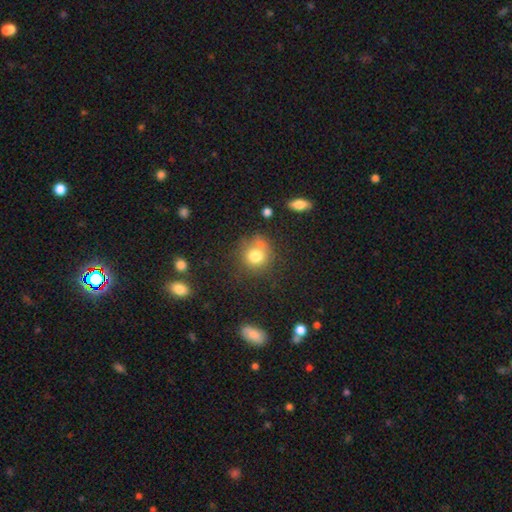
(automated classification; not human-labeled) smooth-or-featured: smooth: 78% | star or artifact: 12% | featured or disk: 10%
  how-rounded: round: 85% | in between: 14% | cigar-shaped: 1%
  merging: none: 63% | minor disturbance: 19% | merger: 10% | major disturbance: 8%